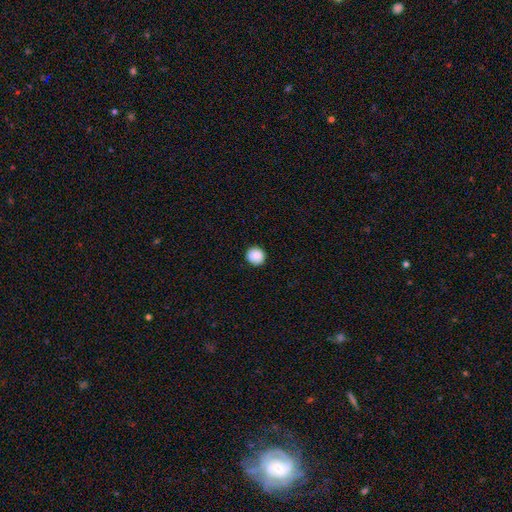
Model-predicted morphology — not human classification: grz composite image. It shows a smooth galaxy with no disk features (89%) that is round (92%). Merging: none (92%).